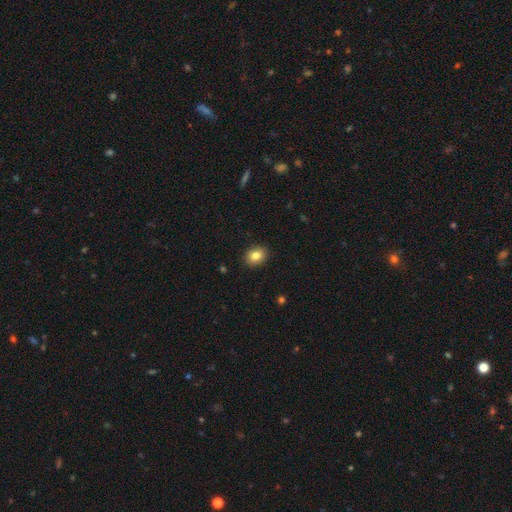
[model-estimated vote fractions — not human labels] smooth 83%, star or artifact 9%, featured or disk 8%. Down the decision tree: how rounded — in between (57%); merging — none (90%).